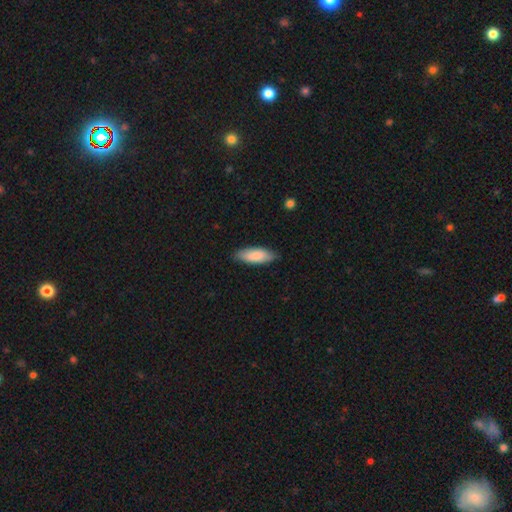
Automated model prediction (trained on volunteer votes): Morphology: type=smooth (85%); roundness=in between (67%); merging=none (83%).